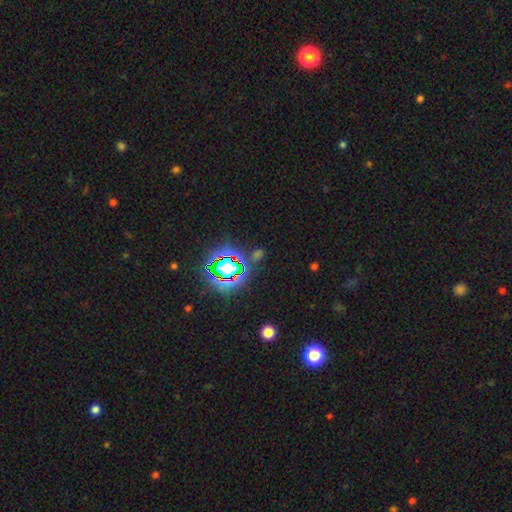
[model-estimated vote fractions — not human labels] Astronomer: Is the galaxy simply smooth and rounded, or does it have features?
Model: star or artifact — 70%.